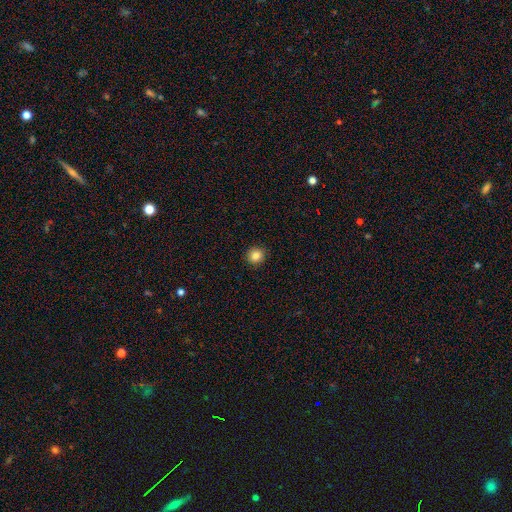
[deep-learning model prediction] A smooth galaxy with no disk features (84%) that is round (90%). Merging: none (92%).